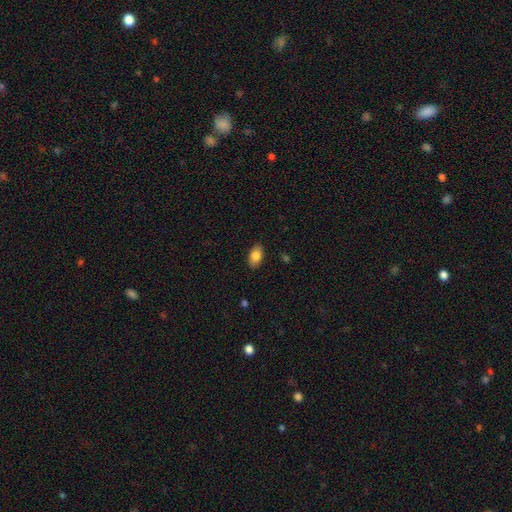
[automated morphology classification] smooth 83%, featured or disk 10%, star or artifact 7%. Down the decision tree: how rounded — in between (92%); merging — none (88%).